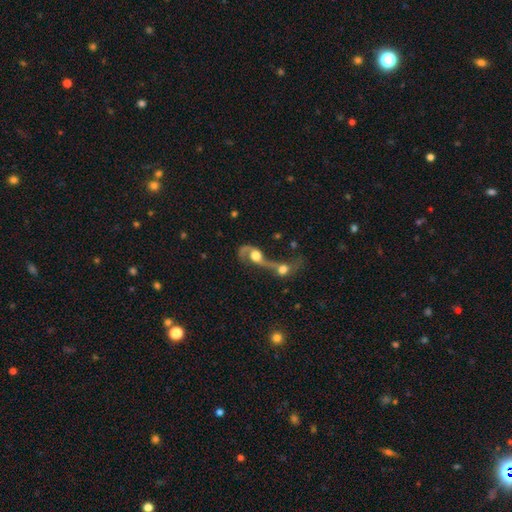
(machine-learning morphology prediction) Smooth or featured?
  - featured or disk: 69% *
  - smooth: 23%
  - star or artifact: 8%
Edge-on disk?
  - no: 94% *
  - yes: 6%
Bar?
  - no: 70% *
  - weak: 23%
  - strong: 7%
Spiral arms?
  - yes: 83% *
  - no: 17%
Spiral winding?
  - loose: 72% *
  - medium: 21%
  - tight: 7%
Spiral arm count?
  - 2: 69% *
  - 1: 22%
  - can't tell: 5%
  - 3: 1%
  - 4: 1%
  - more than 4: 1%
Bulge size?
  - large: 46% *
  - moderate: 39%
  - small: 6%
  - dominant: 6%
  - none: 4%
Merging?
  - merger: 73% *
  - major disturbance: 13%
  - none: 9%
  - minor disturbance: 5%